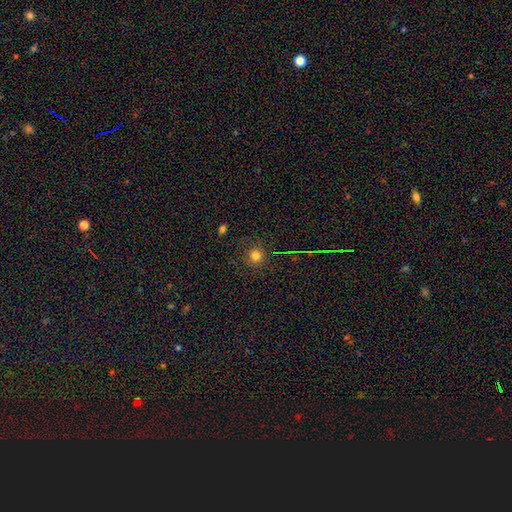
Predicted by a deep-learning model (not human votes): smooth 76%, star or artifact 18%, featured or disk 6%. Down the decision tree: how rounded — round (94%); merging — none (86%).